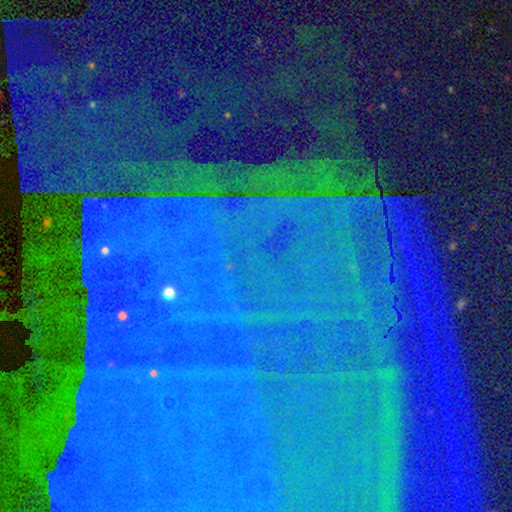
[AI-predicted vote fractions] Smooth or featured? Predicted: star or artifact (p=0.87).